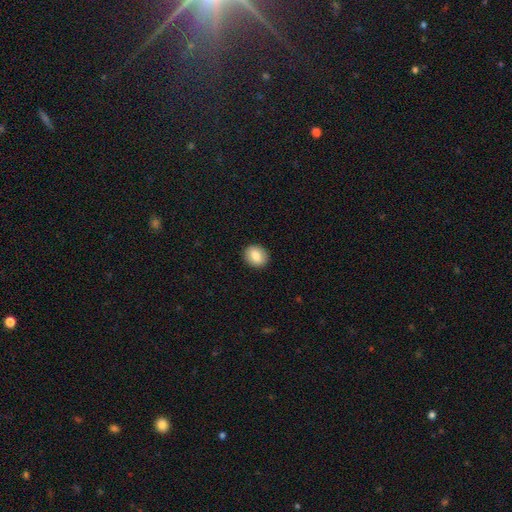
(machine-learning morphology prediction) A smooth galaxy with no disk features (82%) that is round (64%). Merging: none (91%).